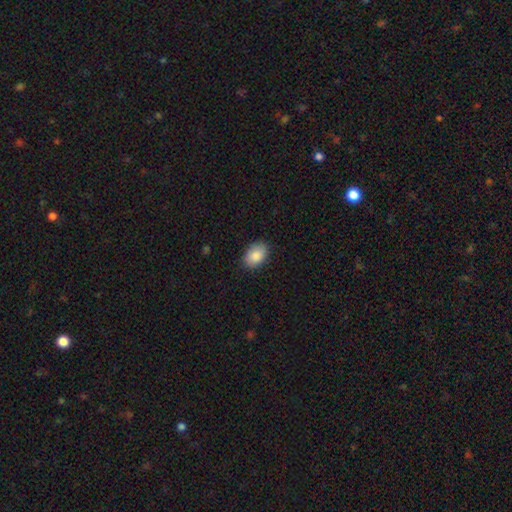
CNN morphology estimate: smooth 88%, star or artifact 7%, featured or disk 5%. Down the decision tree: how rounded — in between (84%); merging — none (85%).